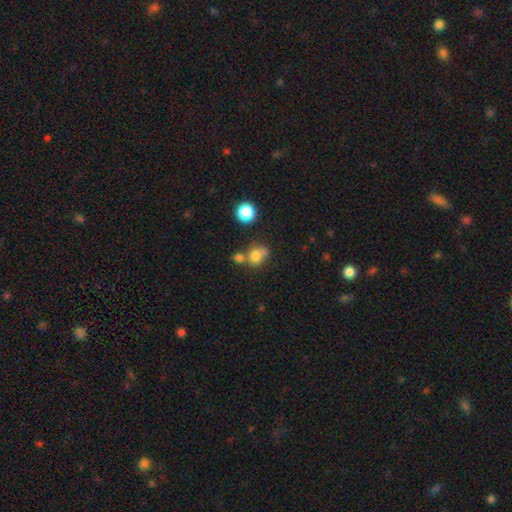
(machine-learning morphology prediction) The model was most divided on "merging": none: 40%, merger: 36%, minor disturbance: 16%, major disturbance: 9%. More confident: smooth or featured — smooth (75%); how rounded — round (63%).